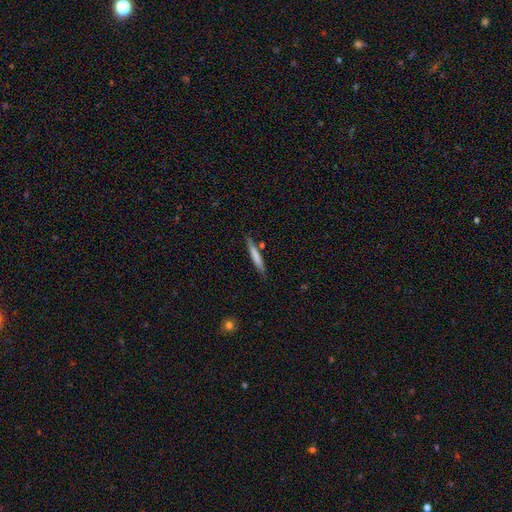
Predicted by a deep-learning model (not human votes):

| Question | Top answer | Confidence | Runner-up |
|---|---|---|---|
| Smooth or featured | smooth | 70% | featured or disk (25%) |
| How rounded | cigar-shaped | 95% | in between (4%) |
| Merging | none | 83% | minor disturbance (11%) |